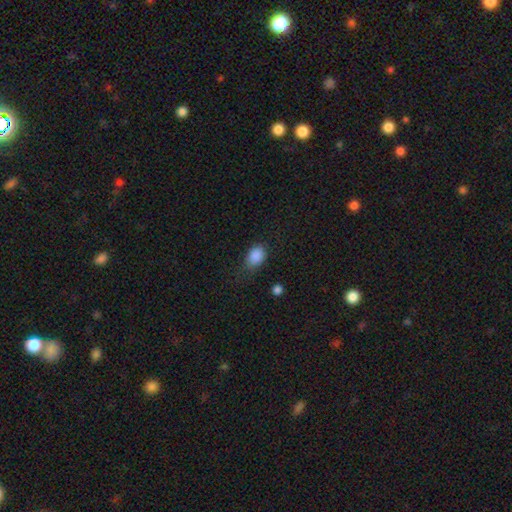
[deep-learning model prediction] This is clearly a smooth galaxy (88%). How rounded: likely in between (77%). Merging: likely none (65%).